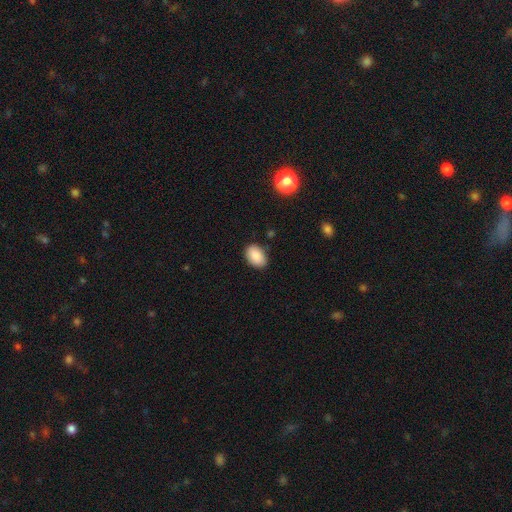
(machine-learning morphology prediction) This appears to be a smooth galaxy with no disk features (89%) that is in between round and cigar-shaped (89%). Merging: none (83%).